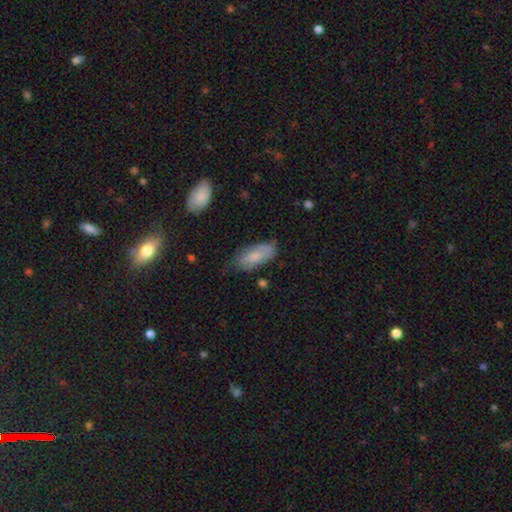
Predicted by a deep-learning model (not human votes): Q: Smooth or featured?
A: smooth (69%); runner-up: featured or disk (24%)
Q: How rounded?
A: in between (85%); runner-up: cigar-shaped (13%)
Q: Merging?
A: none (59%); runner-up: minor disturbance (31%)